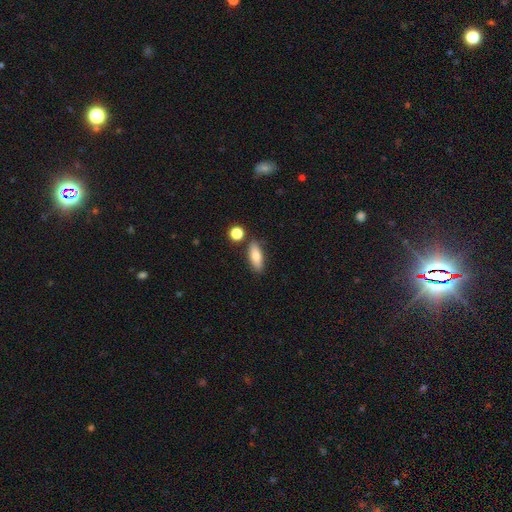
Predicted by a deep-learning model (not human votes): This appears to be a smooth galaxy with no disk features (76%) that is in between round and cigar-shaped (65%). Merging: none (79%).